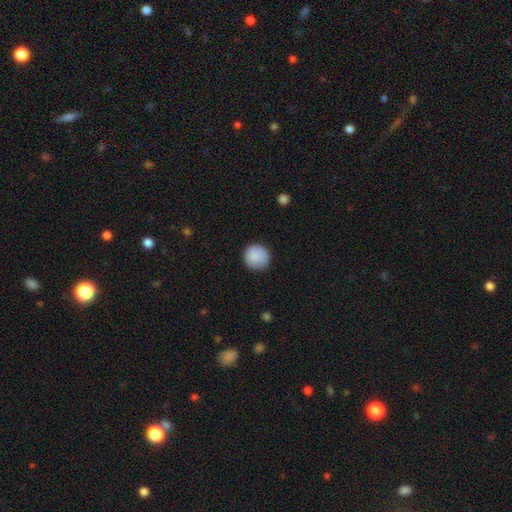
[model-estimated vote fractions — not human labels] Smooth or featured: smooth — 88% (star or artifact — 7%)
How rounded: round — 94% (in between — 5%)
Merging: none — 87% (minor disturbance — 10%)